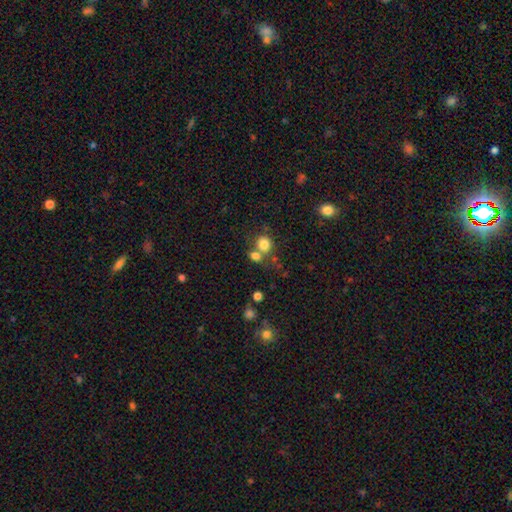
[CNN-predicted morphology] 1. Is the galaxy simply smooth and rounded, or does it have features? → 78% smooth, 13% star or artifact, 9% featured or disk.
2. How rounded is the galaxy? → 71% round, 28% in between, 1% cigar-shaped.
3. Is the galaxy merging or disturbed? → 48% none, 38% merger, 9% minor disturbance, 5% major disturbance.